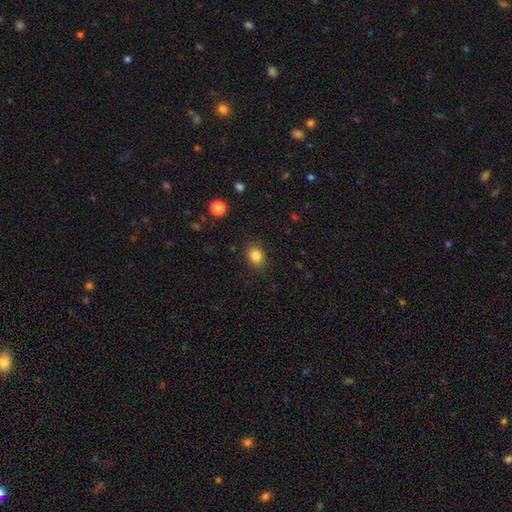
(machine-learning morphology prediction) smooth-or-featured: smooth: 84% | star or artifact: 11% | featured or disk: 5%
  how-rounded: round: 54% | in between: 45% | cigar-shaped: 1%
  merging: none: 87% | minor disturbance: 9% | major disturbance: 3% | merger: 1%